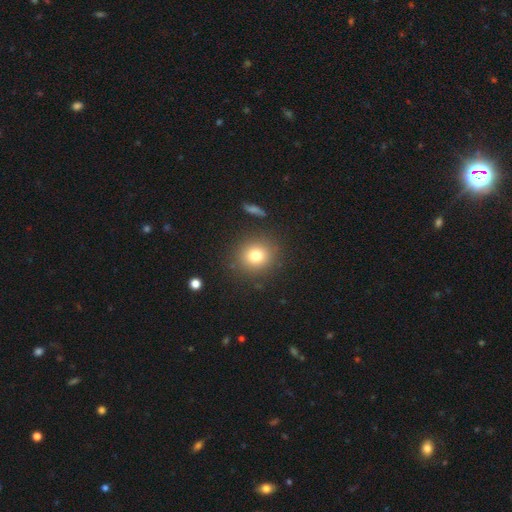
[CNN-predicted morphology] A smooth galaxy with no disk features (77%) that is round (86%).

Vote fractions:
- Smooth or featured? smooth: 77% / star or artifact: 13% / featured or disk: 10%
- How rounded? round: 86% / in between: 13% / cigar-shaped: 1%
- Merging? none: 87% / minor disturbance: 8% / major disturbance: 3% / merger: 2%